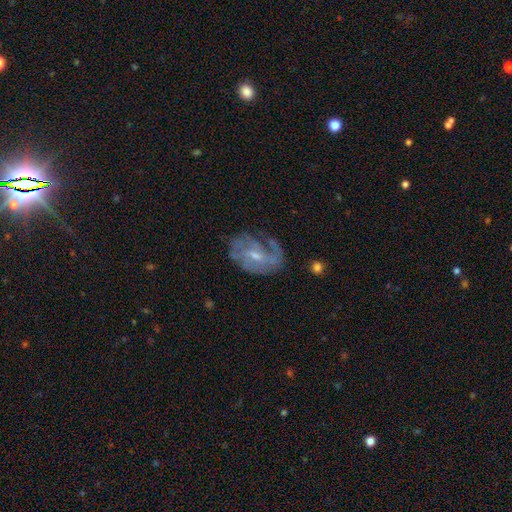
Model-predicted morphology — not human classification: Smooth or featured? Predicted: featured or disk (p=0.74). Edge-on disk? Predicted: no (p=0.97). Bar? Predicted: weak (p=0.49). Spiral arms? Predicted: yes (p=0.80). Spiral winding? Predicted: medium (p=0.40). Spiral arm count? Predicted: can't tell (p=0.36). Bulge size? Predicted: small (p=0.55). Merging? Predicted: none (p=0.50).